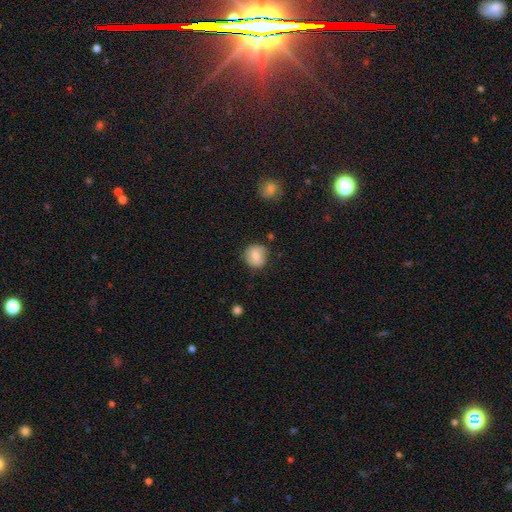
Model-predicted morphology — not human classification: Smooth or featured: smooth — 67% (featured or disk — 25%)
How rounded: round — 84% (in between — 15%)
Merging: none — 73% (minor disturbance — 20%)